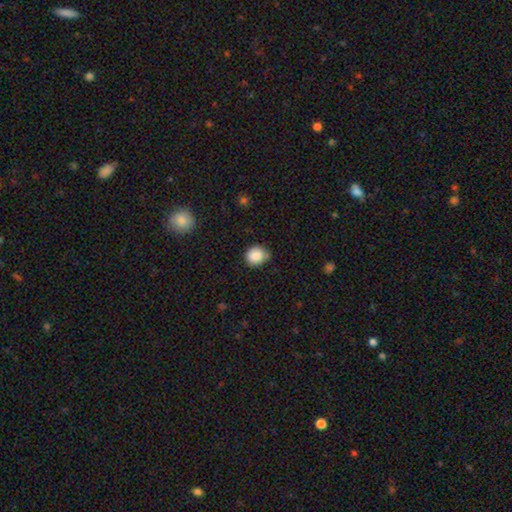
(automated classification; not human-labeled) A smooth galaxy with no disk features (85%) that is round (71%).

Vote fractions:
- Smooth or featured? smooth: 85% / star or artifact: 9% / featured or disk: 6%
- How rounded? round: 71% / in between: 28% / cigar-shaped: 1%
- Merging? none: 69% / minor disturbance: 25% / major disturbance: 4% / merger: 2%